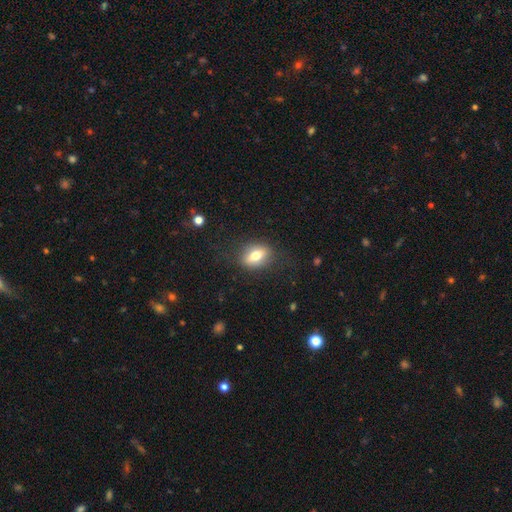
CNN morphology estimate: type=smooth (64%); roundness=in between (71%); merging=none (80%).